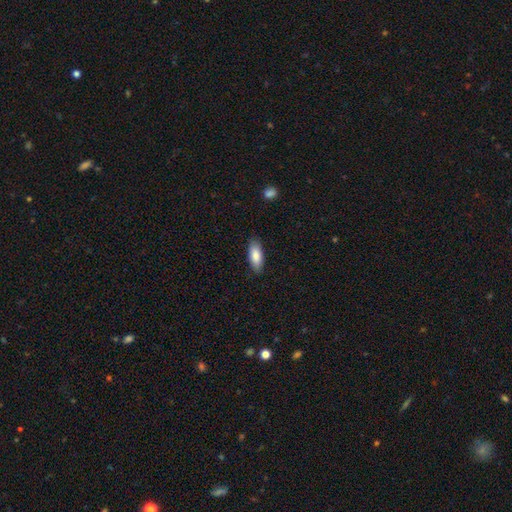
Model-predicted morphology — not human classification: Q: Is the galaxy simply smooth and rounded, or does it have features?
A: smooth — 84%.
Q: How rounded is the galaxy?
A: in between — 77%.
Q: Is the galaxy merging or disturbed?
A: none — 86%.